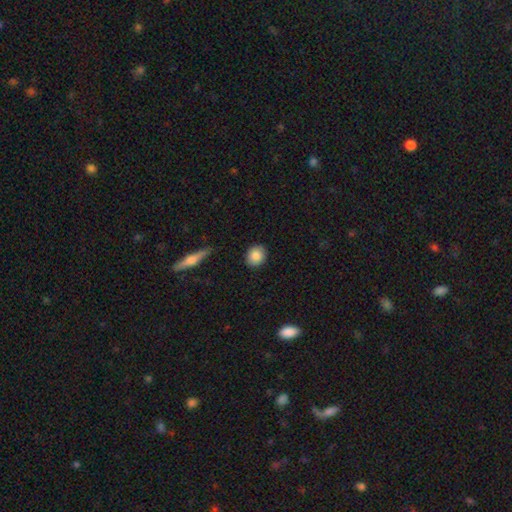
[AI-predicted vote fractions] Overall: smooth (86%). How rounded: round (76%). Merging: none (89%).